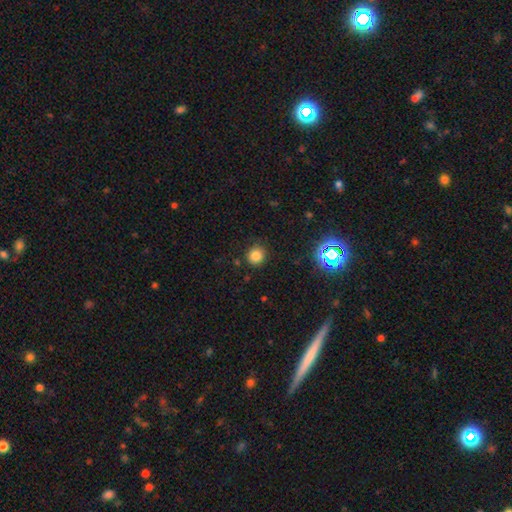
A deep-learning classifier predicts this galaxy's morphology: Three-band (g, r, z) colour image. It shows a smooth galaxy with no disk features (81%) that is round (88%). Merging: none (87%).